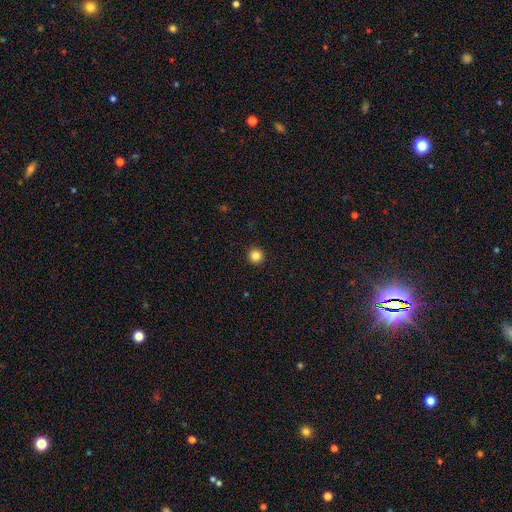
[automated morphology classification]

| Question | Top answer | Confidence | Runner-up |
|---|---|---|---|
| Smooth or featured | smooth | 84% | star or artifact (11%) |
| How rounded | round | 96% | in between (3%) |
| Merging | none | 94% | minor disturbance (4%) |